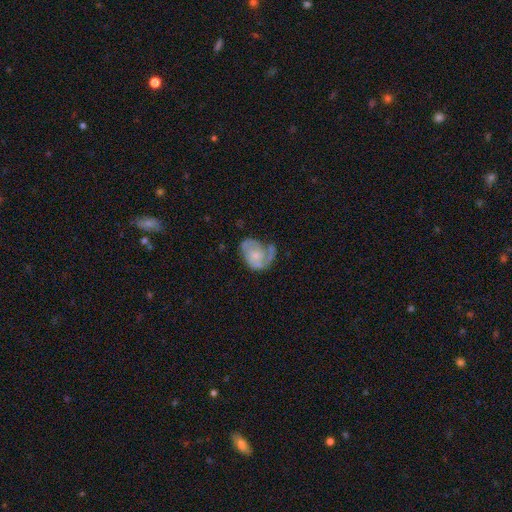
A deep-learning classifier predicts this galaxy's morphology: This appears to be a featured or disk galaxy (63%) with no bar (76%), spiral arms (75%) and a small central bulge (46%). Merging: none (36%).